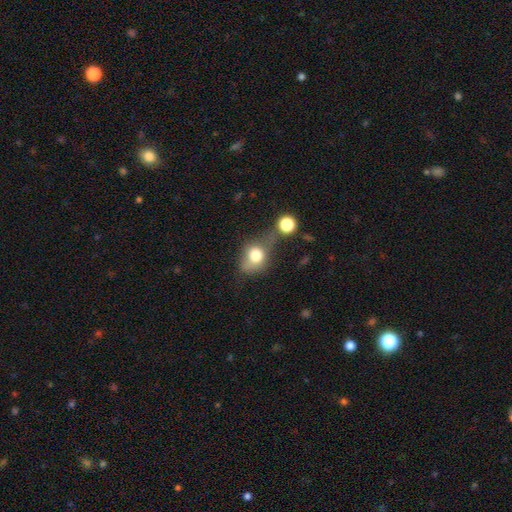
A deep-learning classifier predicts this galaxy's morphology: The model was most divided on "how rounded": in between: 51%, round: 47%, cigar-shaped: 2%. Remaining: smooth or featured — smooth (73%); merging — none (30%).